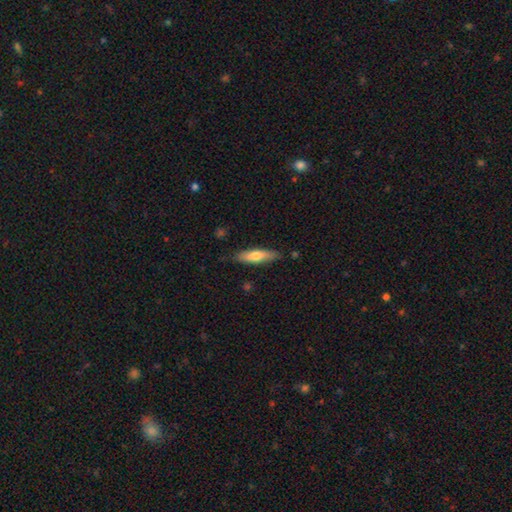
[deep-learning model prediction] Smooth or featured: smooth — 65% (featured or disk — 30%)
How rounded: cigar-shaped — 70% (in between — 28%)
Merging: none — 83% (minor disturbance — 13%)